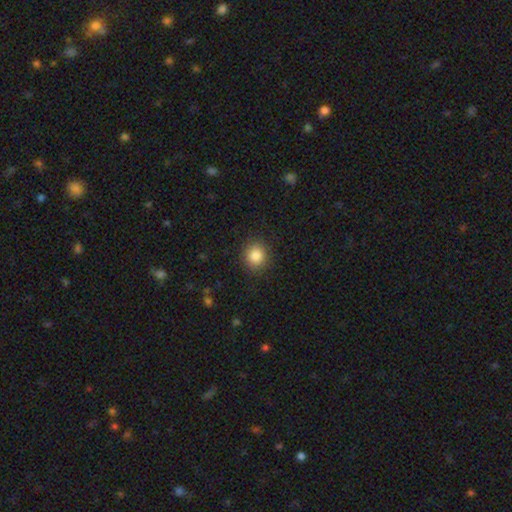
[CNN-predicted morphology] Smooth or featured?
  - smooth: 86% *
  - star or artifact: 10%
  - featured or disk: 5%
How rounded?
  - round: 84% *
  - in between: 15%
  - cigar-shaped: 1%
Merging?
  - none: 88% *
  - minor disturbance: 8%
  - major disturbance: 3%
  - merger: 1%